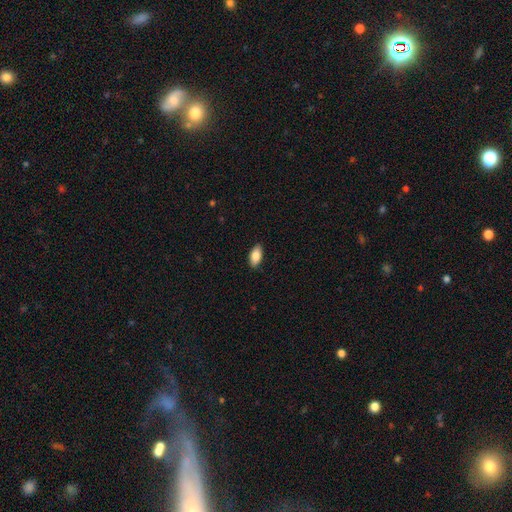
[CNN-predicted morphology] The model was most divided on "smooth or featured": smooth: 84%, featured or disk: 9%, star or artifact: 6%. More confident: how rounded — in between (92%); merging — none (89%).